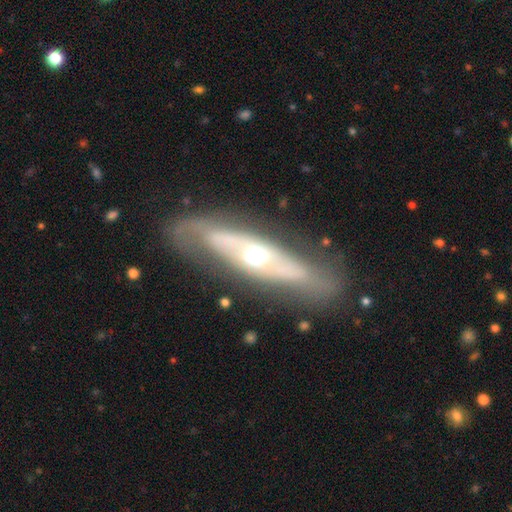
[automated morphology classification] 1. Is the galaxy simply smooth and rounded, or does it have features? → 70% featured or disk, 24% smooth, 6% star or artifact.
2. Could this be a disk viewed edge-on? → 52% no, 48% yes.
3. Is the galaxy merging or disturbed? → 71% none, 16% minor disturbance, 11% major disturbance, 2% merger.